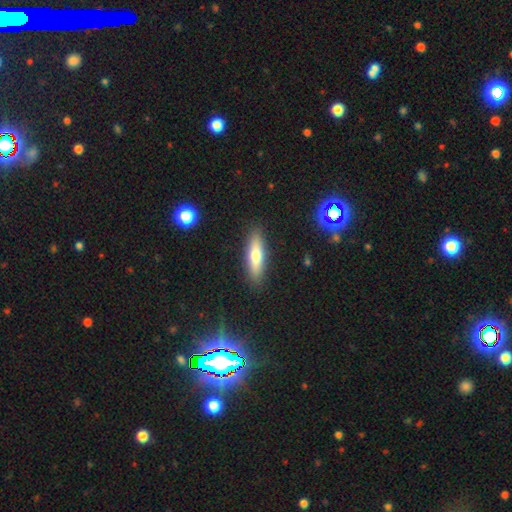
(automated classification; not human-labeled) The model was most divided on "how rounded": cigar-shaped: 59%, in between: 38%, round: 2%. More confident: merging — none (88%); smooth or featured — smooth (65%).